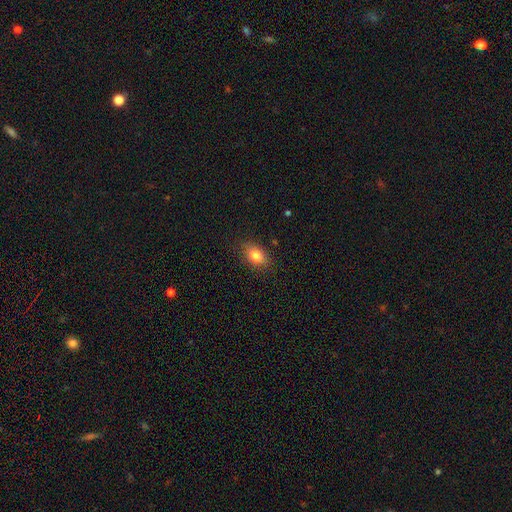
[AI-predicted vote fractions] Smooth or featured: smooth — 80% (featured or disk — 10%)
How rounded: in between — 81% (round — 16%)
Merging: none — 83% (minor disturbance — 13%)